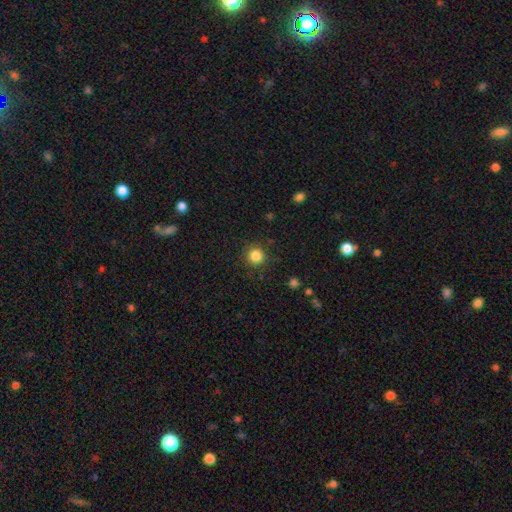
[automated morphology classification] Smooth or featured? smooth (85%)
How rounded? round (94%)
Merging? none (89%)